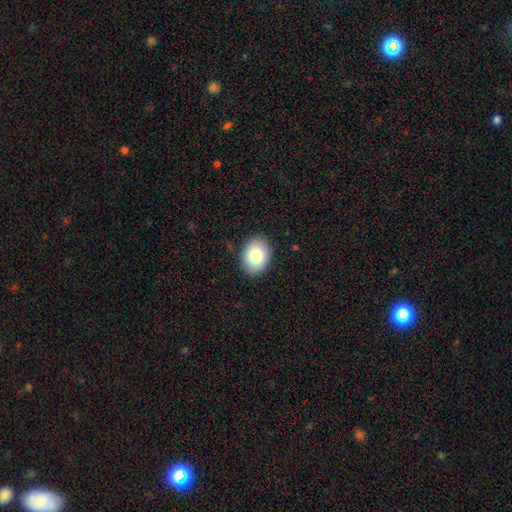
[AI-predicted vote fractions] smooth 82%, featured or disk 10%, star or artifact 8%. Down the decision tree: how rounded — in between (67%); merging — none (87%).